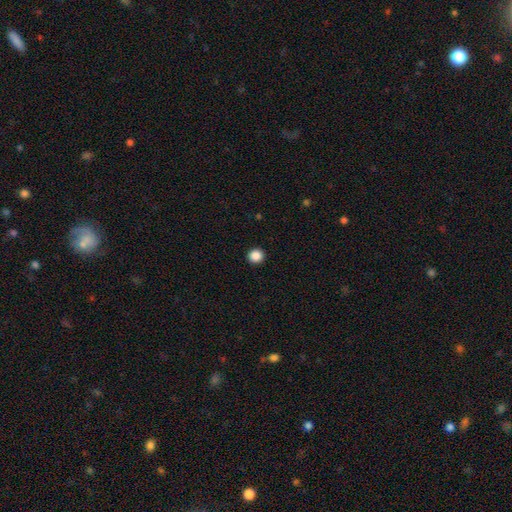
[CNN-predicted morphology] type=smooth (88%); roundness=round (93%); merging=none (93%).